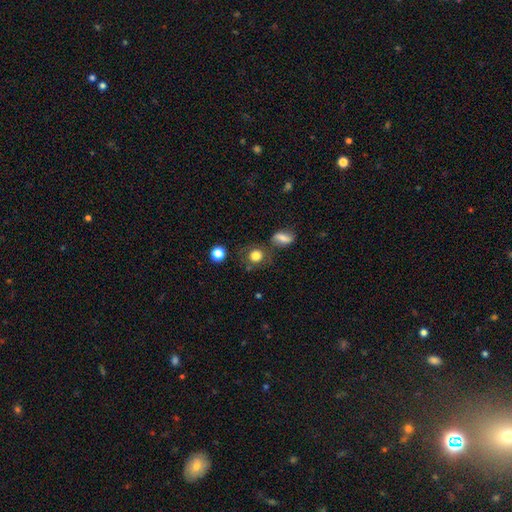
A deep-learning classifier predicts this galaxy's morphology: Smooth or featured: smooth — 79% (star or artifact — 11%)
How rounded: round — 83% (in between — 16%)
Merging: none — 69% (minor disturbance — 15%)